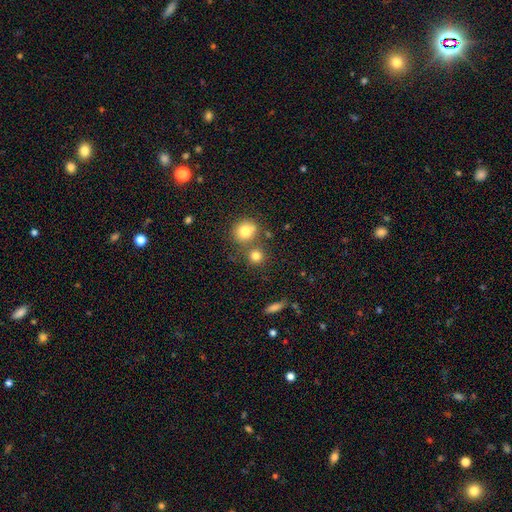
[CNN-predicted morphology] smooth-or-featured: smooth: 79% | star or artifact: 13% | featured or disk: 8%
  how-rounded: round: 87% | in between: 12% | cigar-shaped: 1%
  merging: none: 66% | merger: 22% | minor disturbance: 8% | major disturbance: 3%